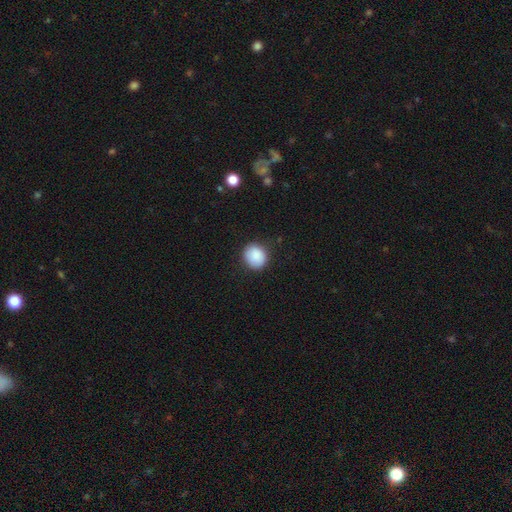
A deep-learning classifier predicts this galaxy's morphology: A smooth galaxy with no disk features (89%) that is round (72%). Merging: none (84%).